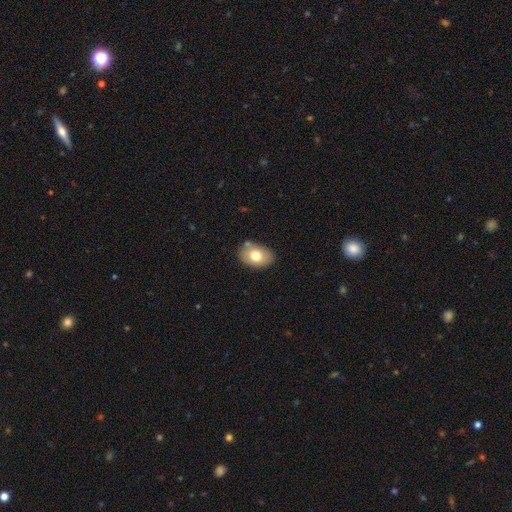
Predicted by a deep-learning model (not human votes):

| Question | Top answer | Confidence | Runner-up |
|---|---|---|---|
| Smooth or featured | smooth | 73% | featured or disk (19%) |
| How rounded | in between | 81% | round (18%) |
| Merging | none | 79% | minor disturbance (14%) |